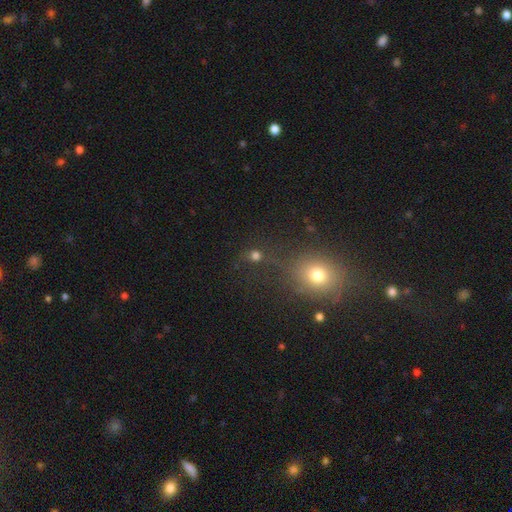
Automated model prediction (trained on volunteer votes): The model was most divided on "smooth or featured": smooth: 64%, star or artifact: 28%, featured or disk: 8%. More confident: how rounded — round (84%); merging — none (68%).